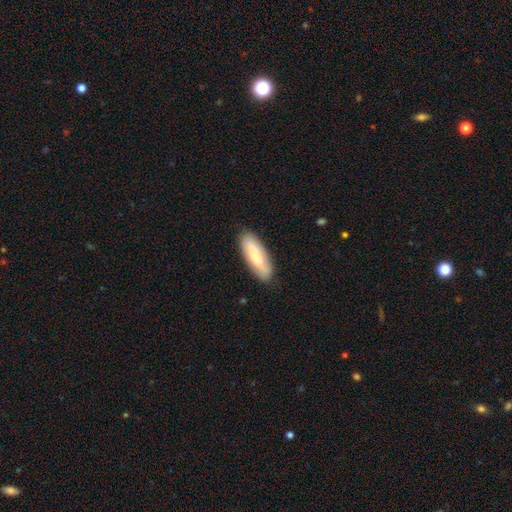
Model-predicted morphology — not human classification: Overall: smooth (64%; featured or disk 30%). How rounded: in between (59%; cigar-shaped 39%). Merging: none (86%).